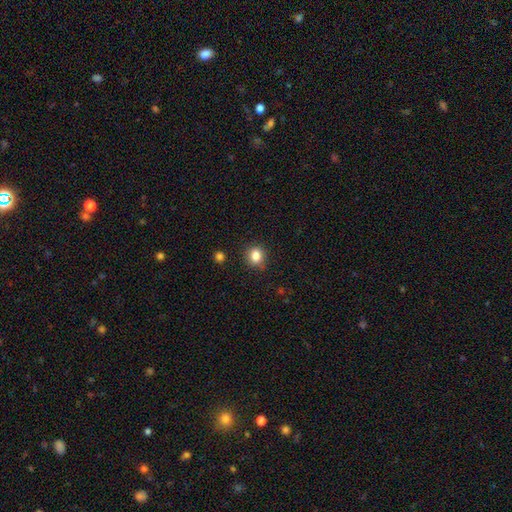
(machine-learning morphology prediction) Smooth or featured: smooth — 83% (star or artifact — 11%)
How rounded: round — 75% (in between — 24%)
Merging: none — 87% (minor disturbance — 9%)